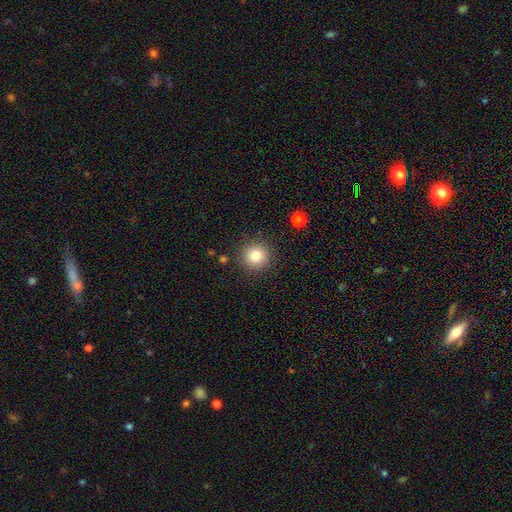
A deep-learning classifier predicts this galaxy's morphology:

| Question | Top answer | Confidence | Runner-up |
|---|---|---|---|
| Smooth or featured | smooth | 81% | star or artifact (11%) |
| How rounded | round | 94% | in between (5%) |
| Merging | none | 89% | minor disturbance (7%) |